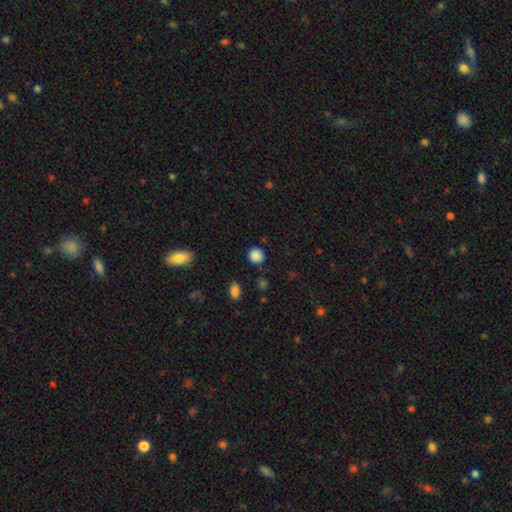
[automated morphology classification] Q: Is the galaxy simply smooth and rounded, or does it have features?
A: smooth — 86%.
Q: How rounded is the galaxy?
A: round — 88%.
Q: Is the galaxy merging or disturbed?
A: none — 85%.